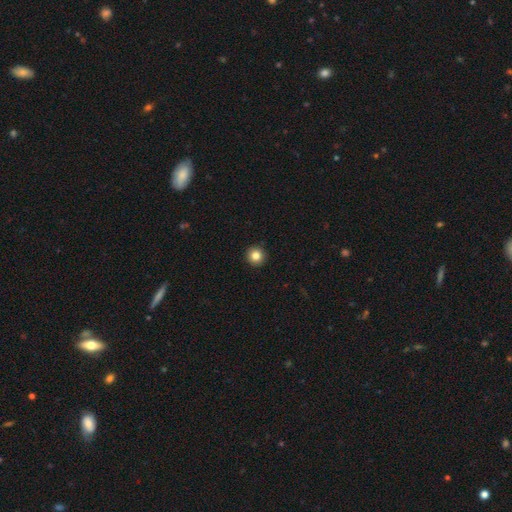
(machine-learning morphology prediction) smooth 83%, star or artifact 11%, featured or disk 6%. Down the decision tree: how rounded — round (95%); merging — none (93%).